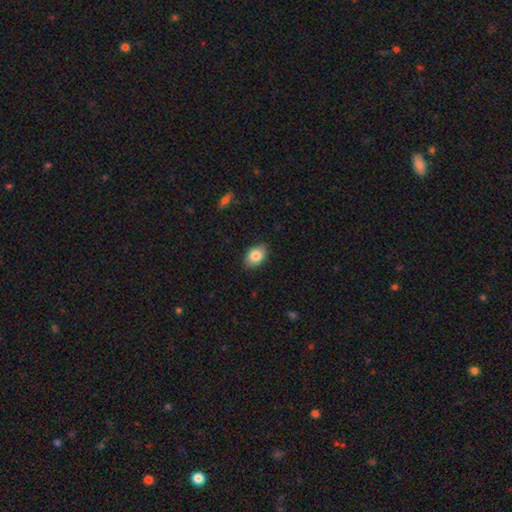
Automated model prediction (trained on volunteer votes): smooth-or-featured: smooth: 84% | featured or disk: 8% | star or artifact: 8%
  how-rounded: in between: 84% | round: 15% | cigar-shaped: 1%
  merging: none: 85% | minor disturbance: 11% | major disturbance: 2% | merger: 1%